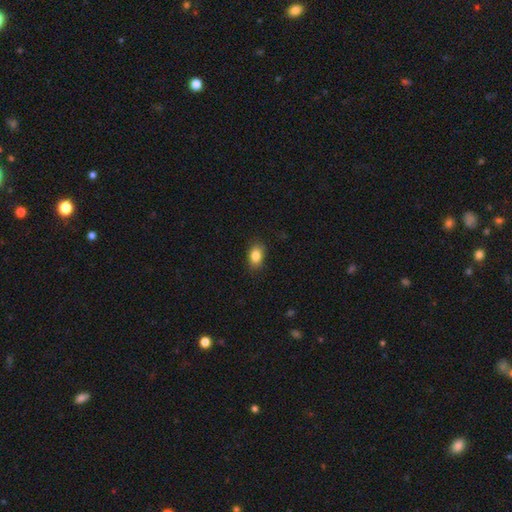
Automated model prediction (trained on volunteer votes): The model was most divided on "how rounded": in between: 81%, round: 17%, cigar-shaped: 2%. More confident: smooth or featured — smooth (85%); merging — none (83%).